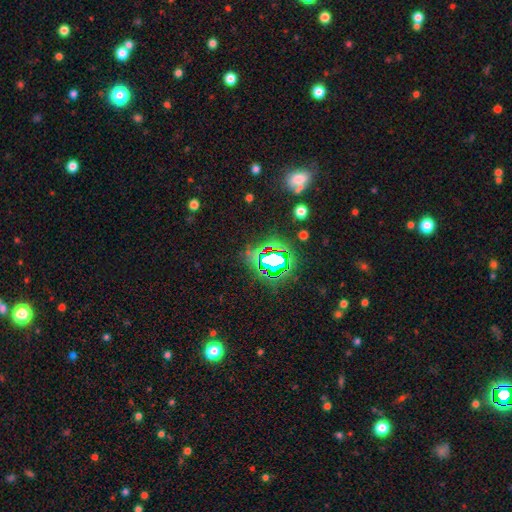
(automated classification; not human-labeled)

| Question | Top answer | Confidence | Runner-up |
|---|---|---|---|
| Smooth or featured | star or artifact | 72% | smooth (18%) |